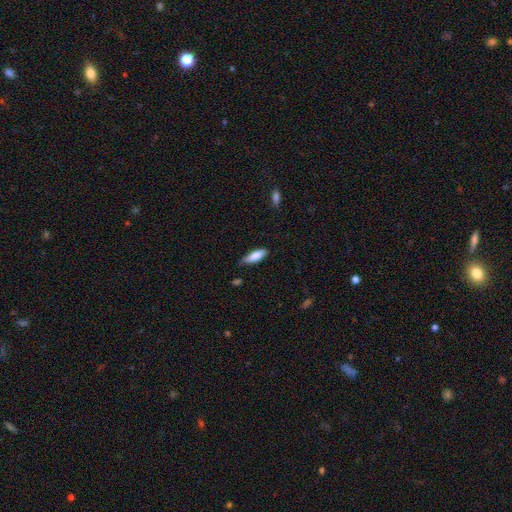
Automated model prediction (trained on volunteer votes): Overall: smooth (76%). How rounded: in between (59%; cigar-shaped 39%). Merging: none (74%).